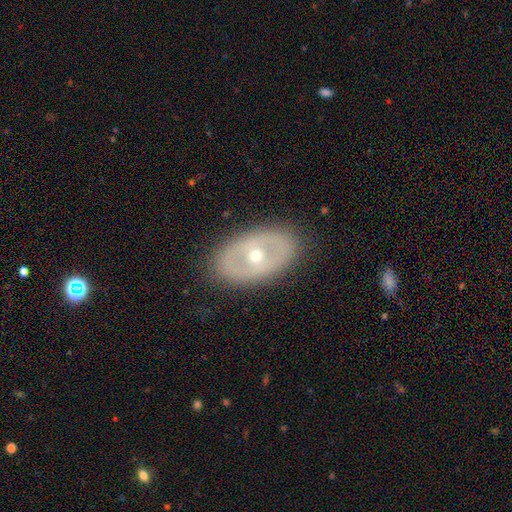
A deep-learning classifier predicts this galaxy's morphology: Smooth or featured? Predicted: featured or disk (p=0.60). Edge-on disk? Predicted: no (p=0.88). Bar? Predicted: no (p=0.72). Spiral arms? Predicted: no (p=0.88). Bulge size? Predicted: moderate (p=0.55). Merging? Predicted: none (p=0.84).